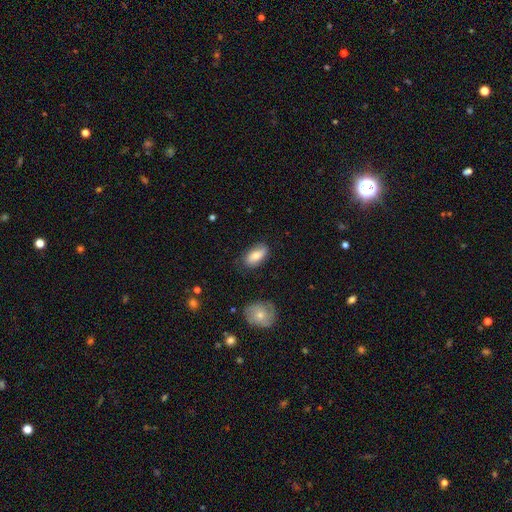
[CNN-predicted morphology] smooth-or-featured: smooth: 75% | featured or disk: 18% | star or artifact: 7%
  how-rounded: in between: 91% | cigar-shaped: 6% | round: 4%
  merging: none: 74% | minor disturbance: 19% | major disturbance: 5% | merger: 2%